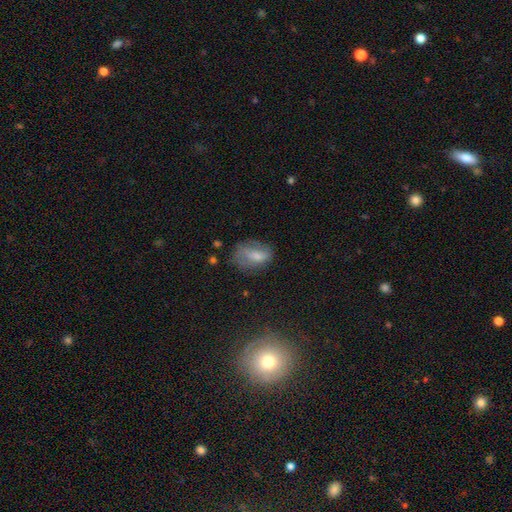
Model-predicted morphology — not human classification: smooth-or-featured: smooth: 63% | featured or disk: 27% | star or artifact: 10%
  how-rounded: in between: 80% | round: 17% | cigar-shaped: 3%
  merging: none: 50% | minor disturbance: 29% | major disturbance: 18% | merger: 2%